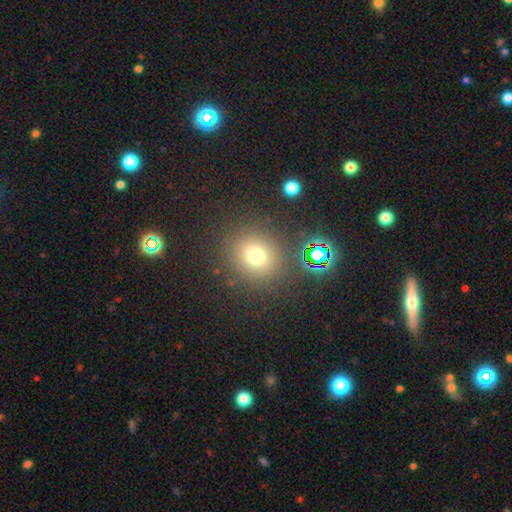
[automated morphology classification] Smooth or featured? Predicted: smooth (p=0.69). How rounded? Predicted: round (p=0.88). Merging? Predicted: none (p=0.86).